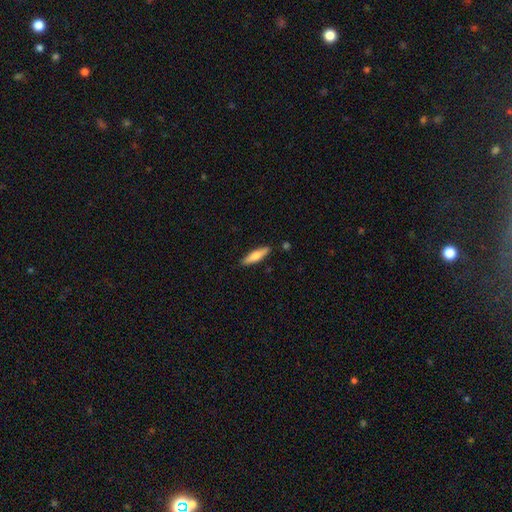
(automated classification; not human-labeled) Q: Smooth or featured?
A: smooth (64%); runner-up: featured or disk (31%)
Q: How rounded?
A: cigar-shaped (72%); runner-up: in between (27%)
Q: Merging?
A: none (87%); runner-up: minor disturbance (9%)